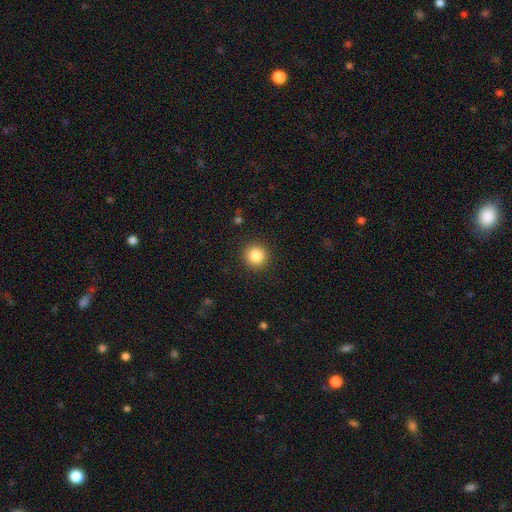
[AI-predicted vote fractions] smooth-or-featured: smooth: 86% | star or artifact: 10% | featured or disk: 5%
  how-rounded: round: 95% | in between: 4% | cigar-shaped: 1%
  merging: none: 91% | minor disturbance: 5% | major disturbance: 2% | merger: 1%